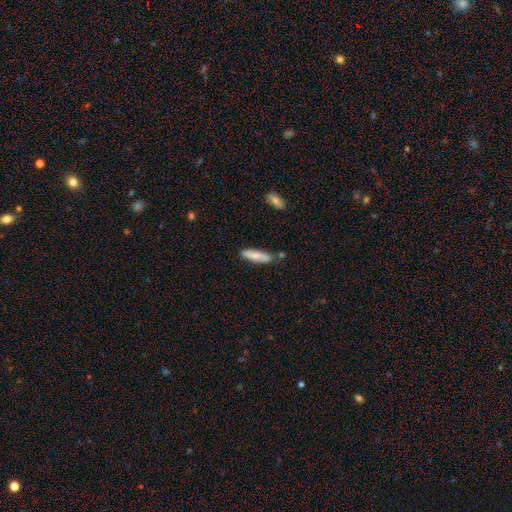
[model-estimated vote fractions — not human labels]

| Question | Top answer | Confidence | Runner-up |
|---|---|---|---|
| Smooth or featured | smooth | 70% | featured or disk (24%) |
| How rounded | cigar-shaped | 71% | in between (27%) |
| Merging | none | 74% | minor disturbance (16%) |